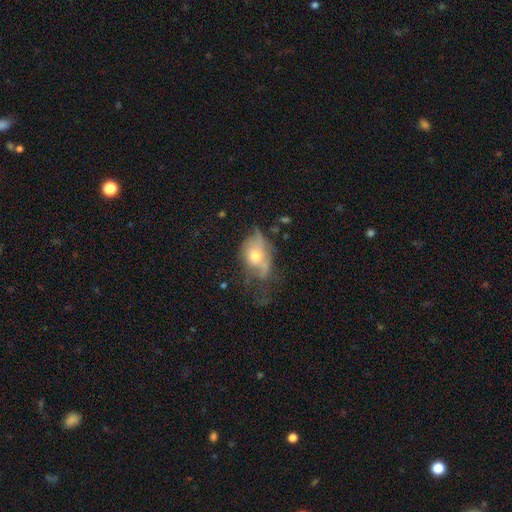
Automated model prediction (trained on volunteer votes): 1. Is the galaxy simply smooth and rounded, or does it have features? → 50% smooth, 40% featured or disk, 10% star or artifact.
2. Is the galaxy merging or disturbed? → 36% major disturbance, 30% minor disturbance, 30% none, 4% merger.